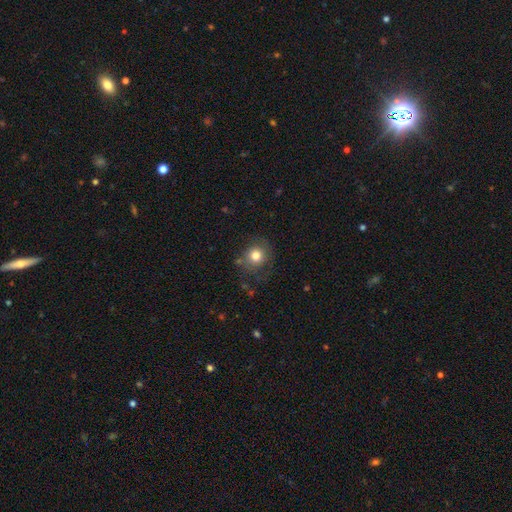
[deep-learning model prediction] Smooth or featured?
  - smooth: 78% *
  - featured or disk: 11%
  - star or artifact: 11%
How rounded?
  - round: 86% *
  - in between: 13%
  - cigar-shaped: 1%
Merging?
  - none: 73% *
  - minor disturbance: 16%
  - major disturbance: 8%
  - merger: 3%